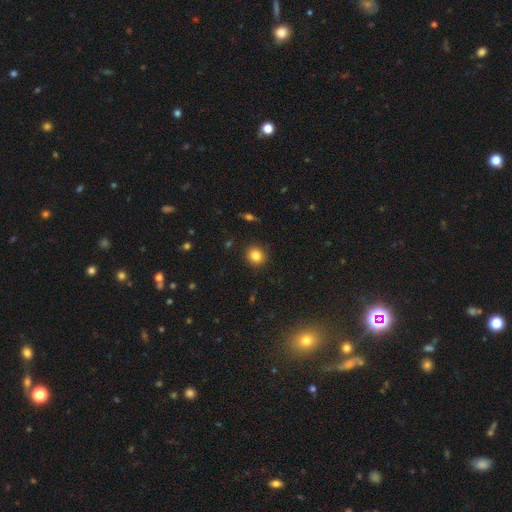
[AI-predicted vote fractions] Morphology: type=smooth (83%); roundness=round (88%); merging=none (91%).